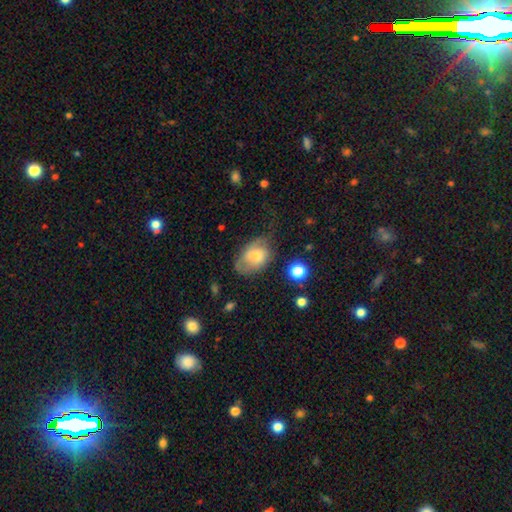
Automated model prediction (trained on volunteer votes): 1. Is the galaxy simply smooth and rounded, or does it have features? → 65% smooth, 26% featured or disk, 8% star or artifact.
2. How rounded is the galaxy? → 77% in between, 21% round, 1% cigar-shaped.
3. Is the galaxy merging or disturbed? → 40% none, 34% minor disturbance, 23% major disturbance, 3% merger.